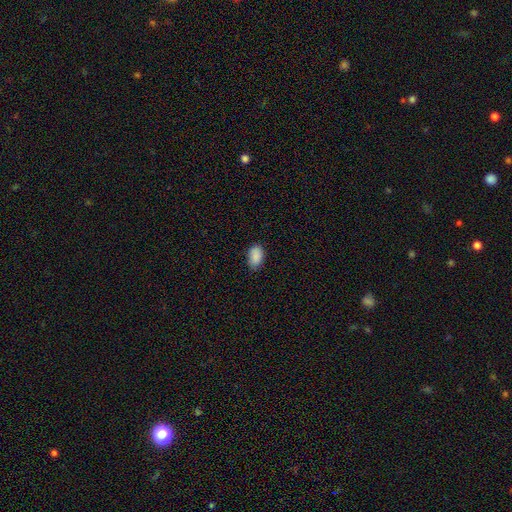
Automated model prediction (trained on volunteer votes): Smooth or featured: smooth — 89% (star or artifact — 7%)
How rounded: in between — 91% (round — 7%)
Merging: none — 80% (minor disturbance — 16%)